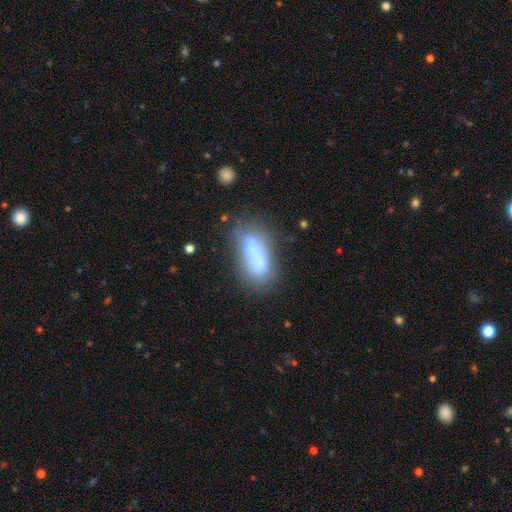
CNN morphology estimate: A smooth galaxy with no disk features (50%) that is in between round and cigar-shaped (70%). Merging: none (36%).